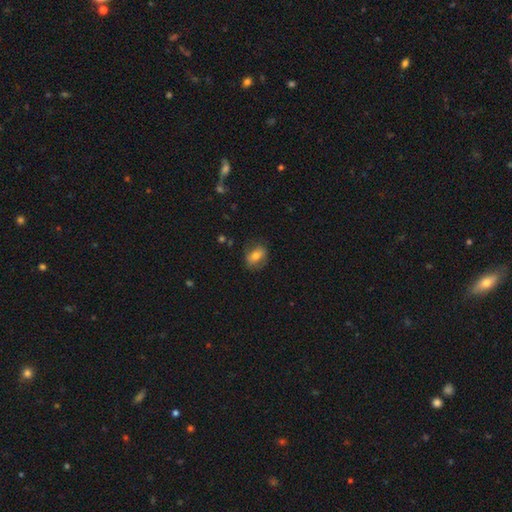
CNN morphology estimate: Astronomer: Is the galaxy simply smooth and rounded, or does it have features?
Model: smooth — 64%.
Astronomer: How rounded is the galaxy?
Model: in between — 75%.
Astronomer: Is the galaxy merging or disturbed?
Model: none — 73%.